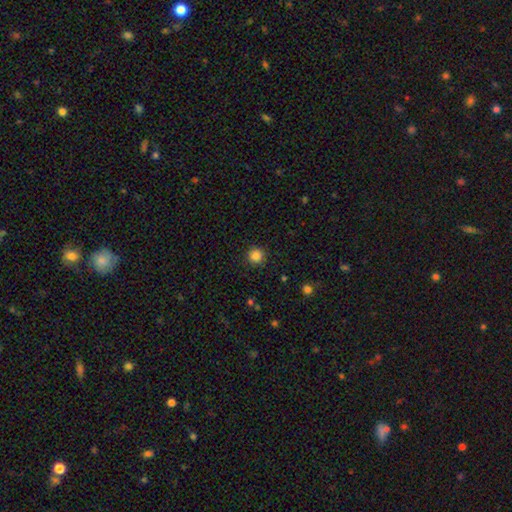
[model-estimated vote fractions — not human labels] Smooth or featured?
  - smooth: 85% *
  - star or artifact: 12%
  - featured or disk: 3%
How rounded?
  - round: 95% *
  - in between: 4%
  - cigar-shaped: 1%
Merging?
  - none: 91% *
  - minor disturbance: 6%
  - major disturbance: 2%
  - merger: 1%